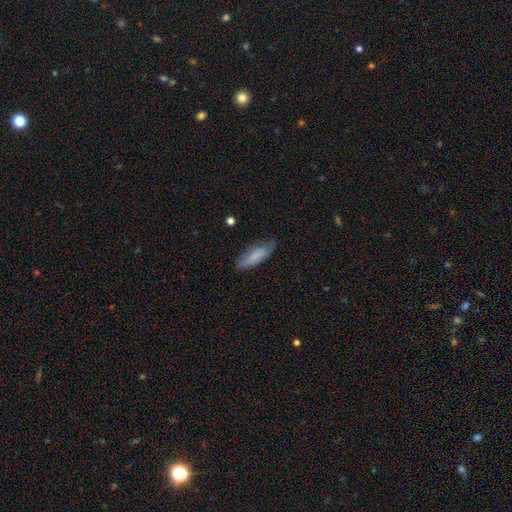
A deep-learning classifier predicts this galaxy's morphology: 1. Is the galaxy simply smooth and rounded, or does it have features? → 78% smooth, 16% featured or disk, 6% star or artifact.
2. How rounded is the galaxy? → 53% in between, 46% cigar-shaped, 2% round.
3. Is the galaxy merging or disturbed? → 75% none, 20% minor disturbance, 4% major disturbance, 1% merger.